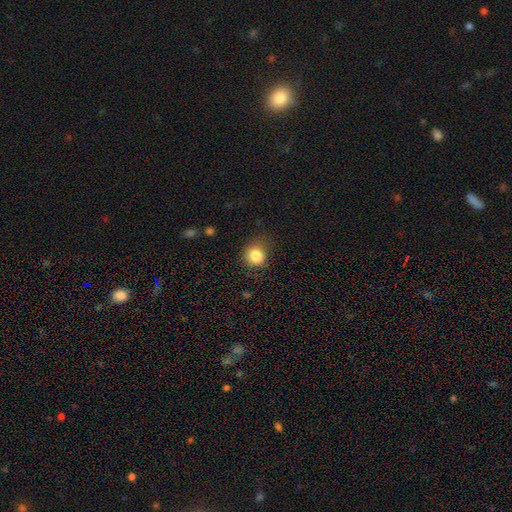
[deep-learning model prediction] Overall: smooth (83%). How rounded: round (85%). Merging: none (73%).